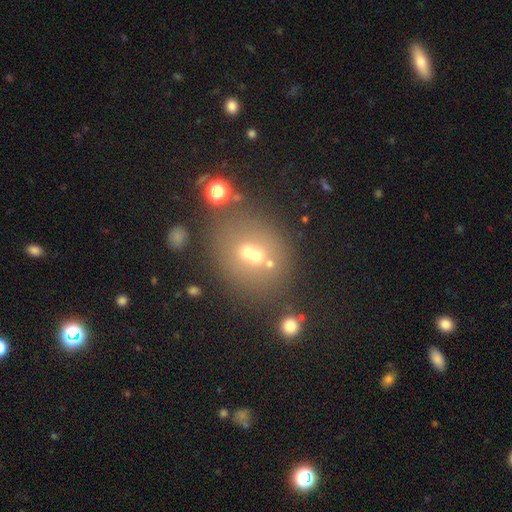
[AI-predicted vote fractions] smooth 52%, featured or disk 25%, star or artifact 23%. Down the decision tree: how rounded — round (72%); merging — none (47%).